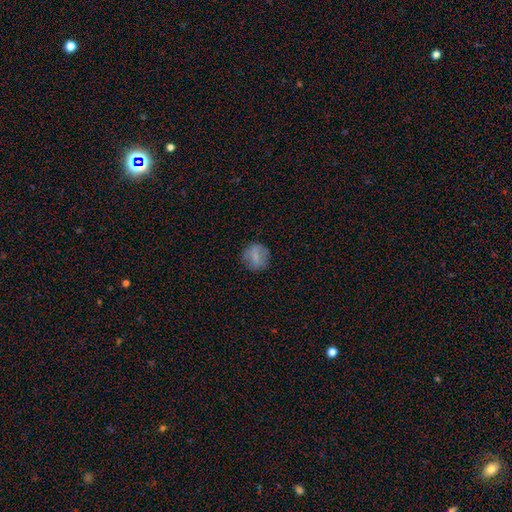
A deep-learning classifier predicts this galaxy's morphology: Overall: smooth (72%). How rounded: round (87%). Merging: none (79%).